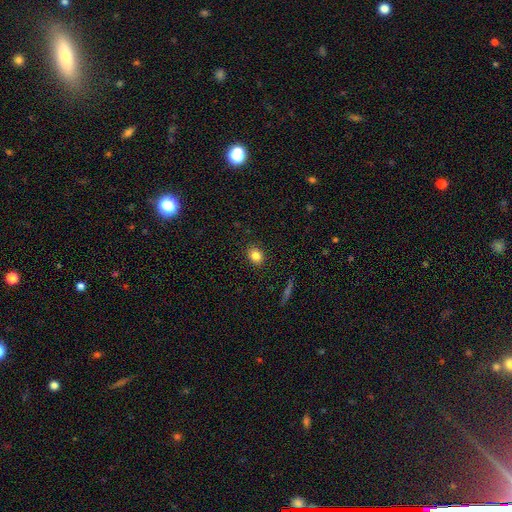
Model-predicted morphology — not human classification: Smooth or featured: smooth — 82% (star or artifact — 11%)
How rounded: round — 51% (in between — 48%)
Merging: none — 89% (minor disturbance — 8%)